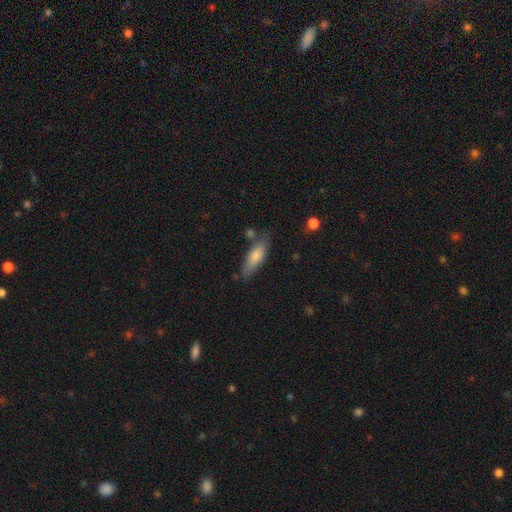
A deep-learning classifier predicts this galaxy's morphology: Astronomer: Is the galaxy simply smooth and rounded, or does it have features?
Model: smooth — 78%.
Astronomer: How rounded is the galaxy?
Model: in between — 56% (runner-up: cigar-shaped, 42%).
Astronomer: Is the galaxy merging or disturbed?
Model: none — 68%.